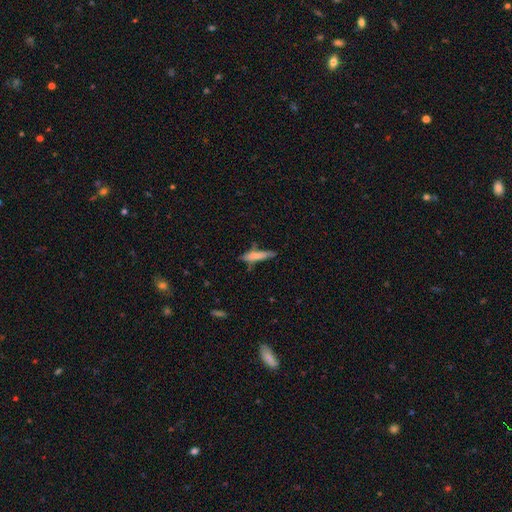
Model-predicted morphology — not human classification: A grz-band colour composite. It shows a smooth galaxy with no disk features (71%) that is cigar-shaped (83%). Merging: none (57%).